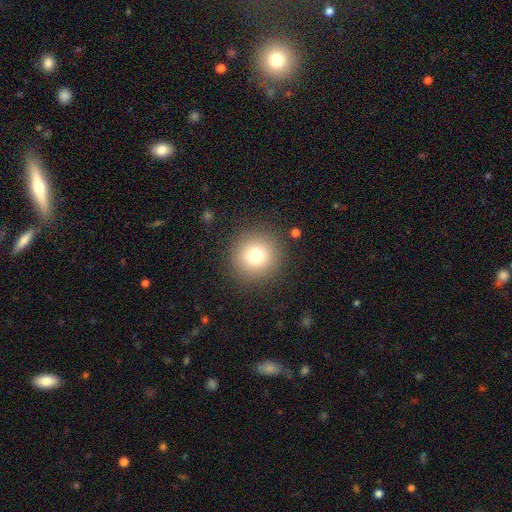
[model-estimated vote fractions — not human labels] This appears to be a smooth galaxy with no disk features (76%) that is round (95%). Merging: none (90%).